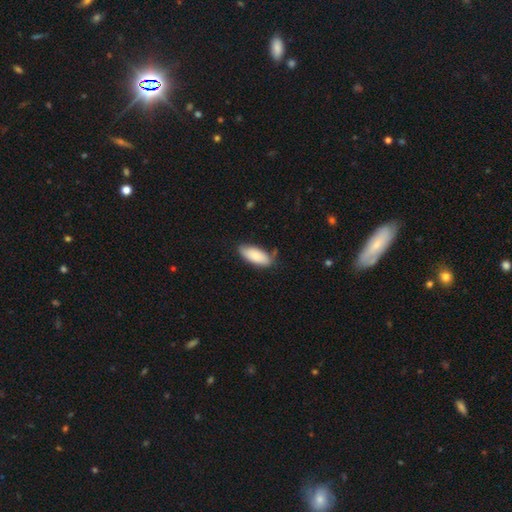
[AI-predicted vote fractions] The model was most divided on "merging": none: 74%, minor disturbance: 20%, major disturbance: 3%, merger: 3%. More confident: smooth or featured — smooth (85%); how rounded — in between (84%).